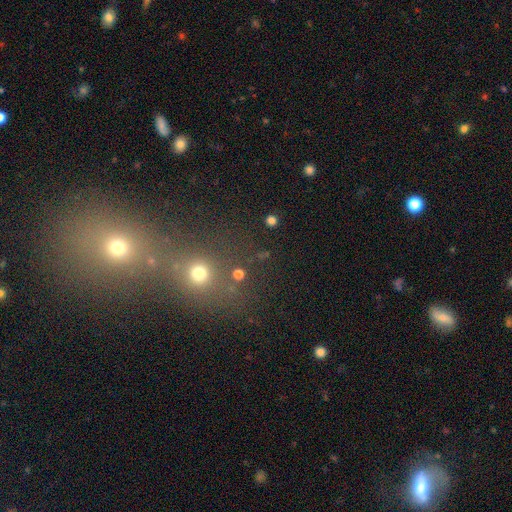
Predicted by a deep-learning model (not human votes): smooth-or-featured: star or artifact: 45% | smooth: 42% | featured or disk: 12%